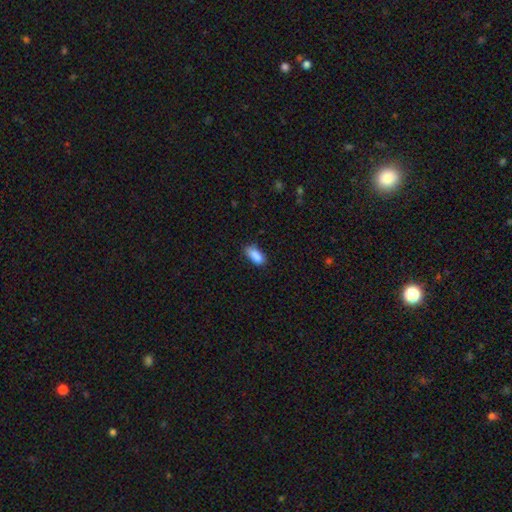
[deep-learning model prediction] smooth 87%, star or artifact 8%, featured or disk 5%. Down the decision tree: how rounded — in between (84%); merging — none (73%).